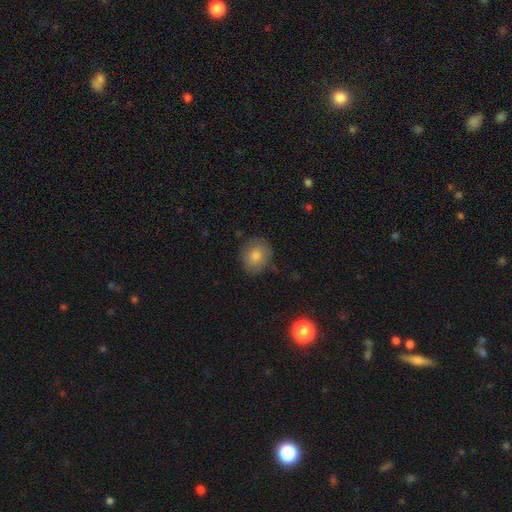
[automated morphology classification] smooth-or-featured: smooth: 75% | featured or disk: 14% | star or artifact: 11%
  how-rounded: round: 76% | in between: 23% | cigar-shaped: 1%
  merging: none: 80% | minor disturbance: 15% | major disturbance: 4% | merger: 1%